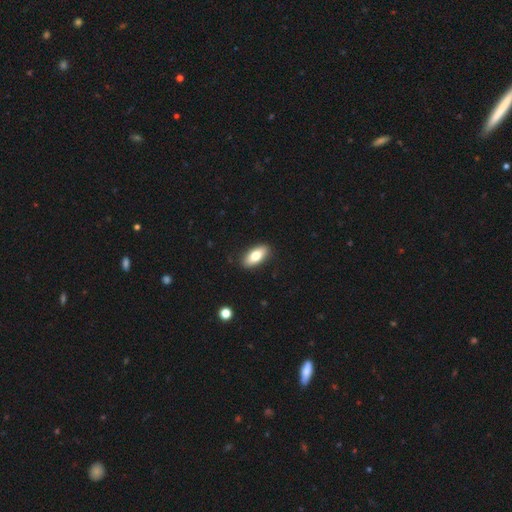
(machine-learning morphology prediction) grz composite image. It shows a smooth galaxy with no disk features (78%) that is in between round and cigar-shaped (88%). Merging: none (89%).